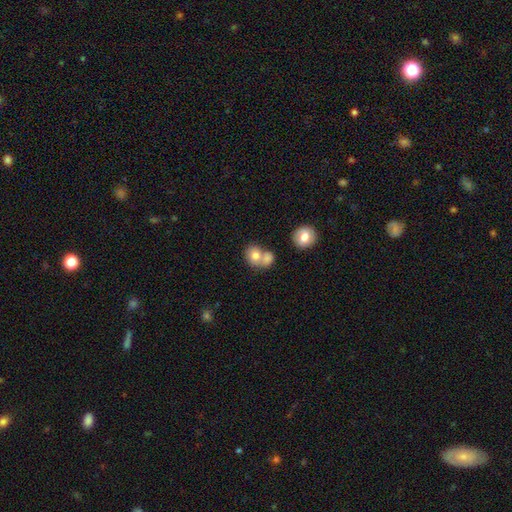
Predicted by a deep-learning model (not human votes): smooth_or_featured: smooth (p=0.76) [alt: featured or disk p=0.15]
how_rounded: round (p=0.68) [alt: in between p=0.31]
merging: merger (p=0.52) [alt: none p=0.36]